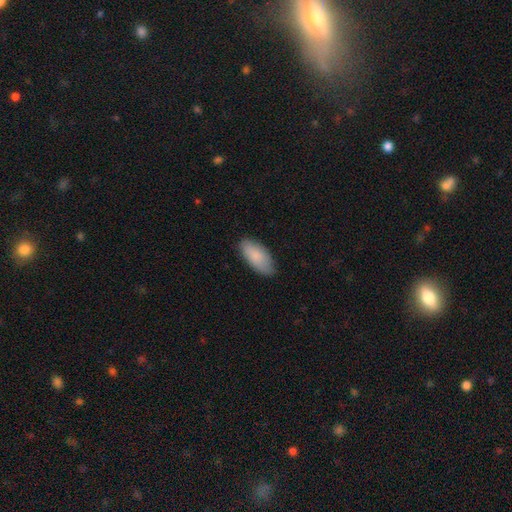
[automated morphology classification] type=smooth (86%); roundness=in between (89%); merging=none (81%).